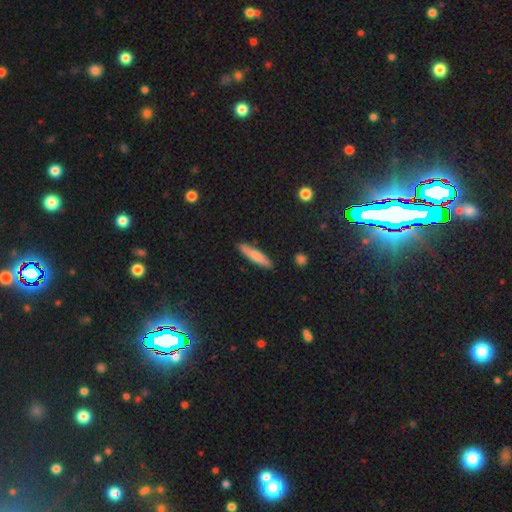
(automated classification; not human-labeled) Smooth or featured: smooth — 76% (featured or disk — 18%)
How rounded: cigar-shaped — 85% (in between — 13%)
Merging: none — 89% (minor disturbance — 8%)